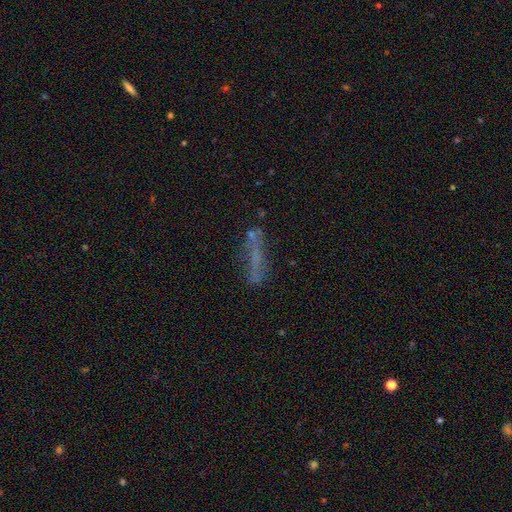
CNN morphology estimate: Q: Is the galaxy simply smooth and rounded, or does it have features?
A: smooth — 43%.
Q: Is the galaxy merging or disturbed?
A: none — 54%.